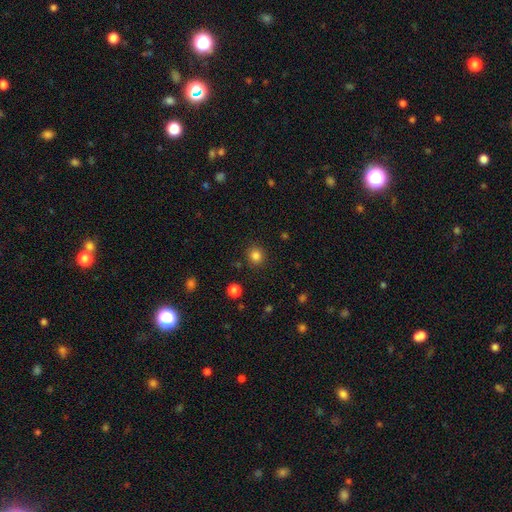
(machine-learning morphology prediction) The model was most divided on "smooth or featured": smooth: 83%, star or artifact: 13%, featured or disk: 4%. More confident: merging — none (89%); how rounded — round (86%).